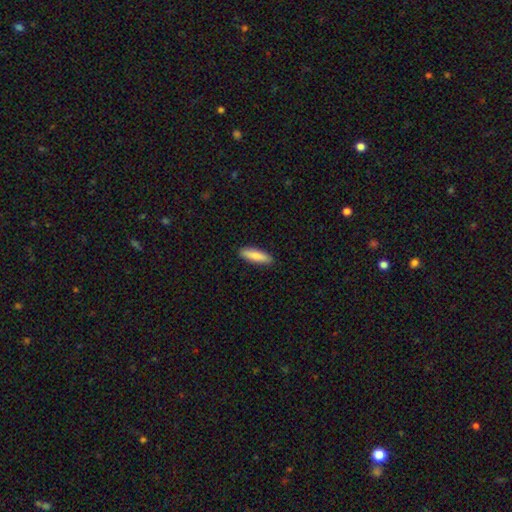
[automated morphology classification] Overall: smooth (82%). How rounded: cigar-shaped (62%; in between 36%). Merging: none (90%).